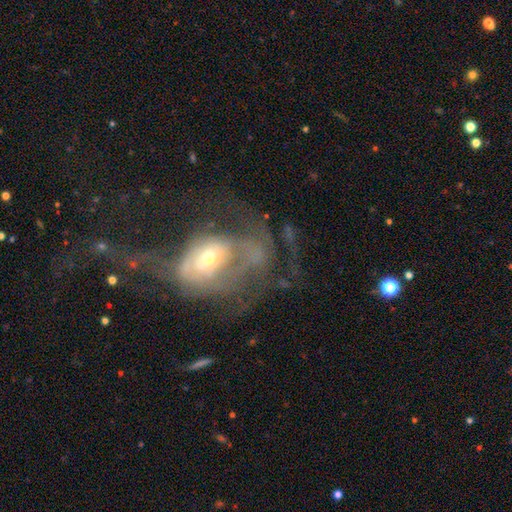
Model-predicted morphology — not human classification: Overall: featured or disk (63%; smooth 25%). Edge-on disk: no (95%). Bar: no (67%). Spiral arms: no (55%; yes 45%). Bulge size: moderate (46%; small 45%). Merging: major disturbance (57%; none 21%).